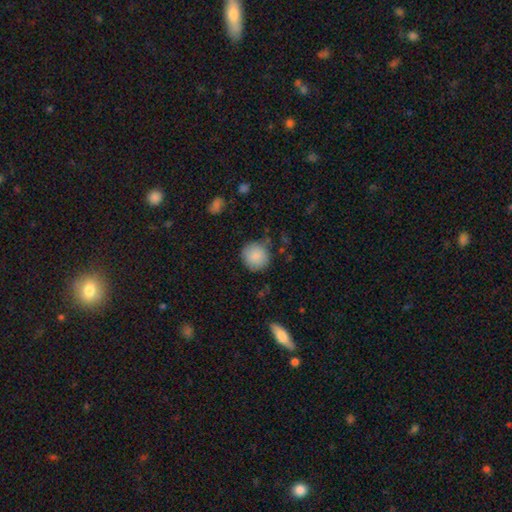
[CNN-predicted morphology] Q: Smooth or featured?
A: smooth (86%); runner-up: star or artifact (8%)
Q: How rounded?
A: round (92%); runner-up: in between (7%)
Q: Merging?
A: none (78%); runner-up: minor disturbance (16%)